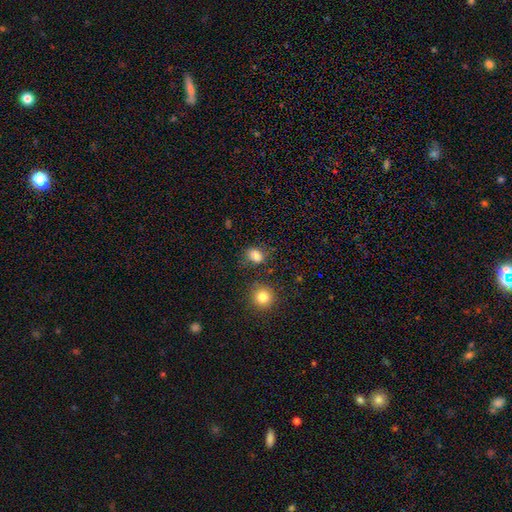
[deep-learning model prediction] Smooth or featured: smooth — 82% (star or artifact — 13%)
How rounded: in between — 57% (round — 42%)
Merging: none — 73% (minor disturbance — 16%)